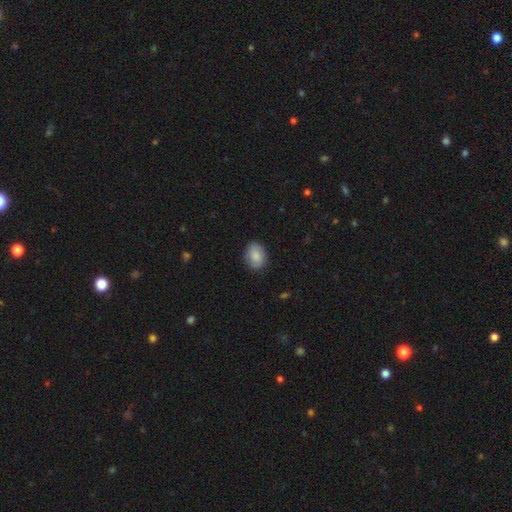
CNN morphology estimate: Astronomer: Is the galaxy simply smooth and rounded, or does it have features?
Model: smooth — 84%.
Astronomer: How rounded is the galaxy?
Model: in between — 71%.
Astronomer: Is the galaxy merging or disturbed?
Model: none — 83%.